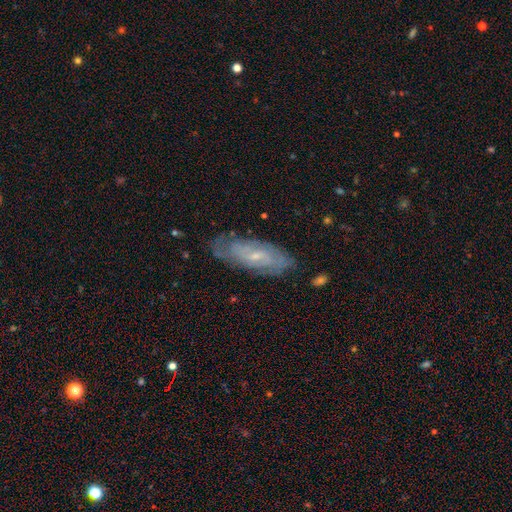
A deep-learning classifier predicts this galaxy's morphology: Smooth or featured? Predicted: featured or disk (p=0.72). Edge-on disk? Predicted: no (p=0.86). Bar? Predicted: no (p=0.55). Spiral arms? Predicted: yes (p=0.87). Spiral winding? Predicted: tight (p=0.60). Spiral arm count? Predicted: can't tell (p=0.49). Bulge size? Predicted: small (p=0.72). Merging? Predicted: none (p=0.73).